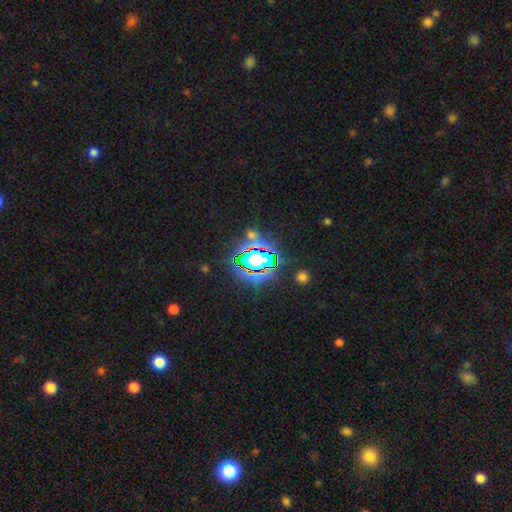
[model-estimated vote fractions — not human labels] Smooth or featured?
  - star or artifact: 76% *
  - smooth: 14%
  - featured or disk: 10%